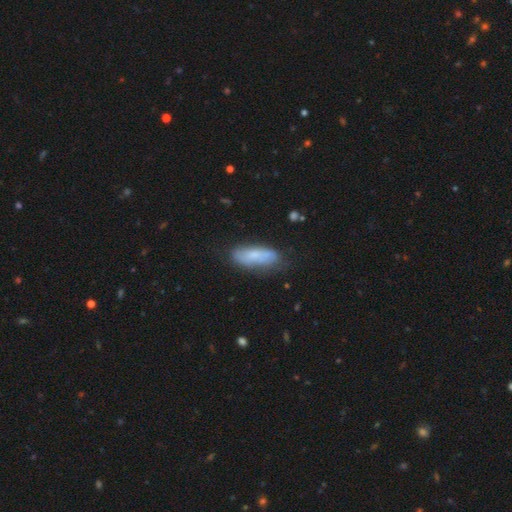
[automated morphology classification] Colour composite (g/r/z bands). It shows a smooth galaxy with no disk features (67%) that is in between round and cigar-shaped (53%). Merging: none (72%).